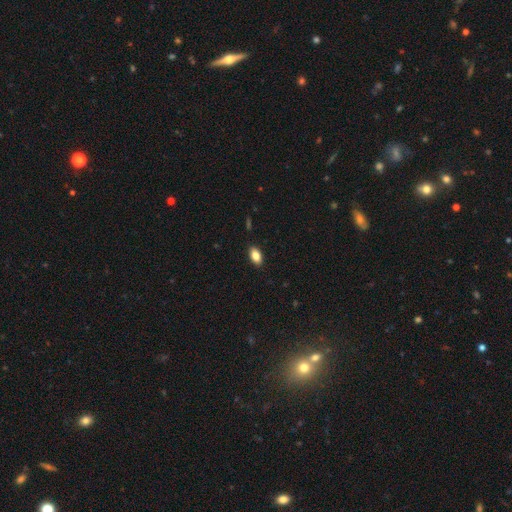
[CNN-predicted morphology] Smooth or featured?
  - smooth: 85% *
  - star or artifact: 8%
  - featured or disk: 7%
How rounded?
  - in between: 91% *
  - round: 6%
  - cigar-shaped: 3%
Merging?
  - none: 89% *
  - minor disturbance: 9%
  - major disturbance: 2%
  - merger: 1%